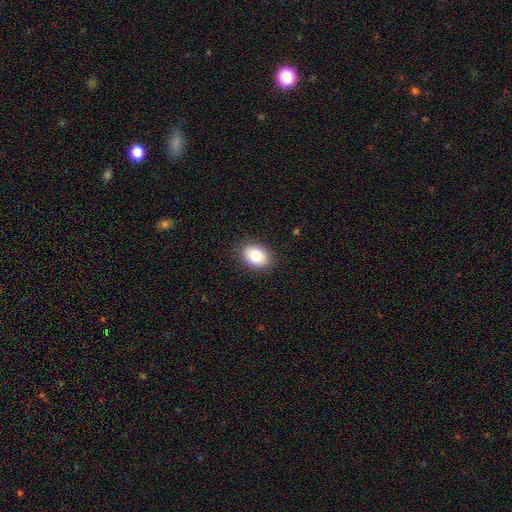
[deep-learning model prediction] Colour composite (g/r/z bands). It shows a smooth galaxy with no disk features (83%) that is in between round and cigar-shaped (69%). Merging: none (88%).